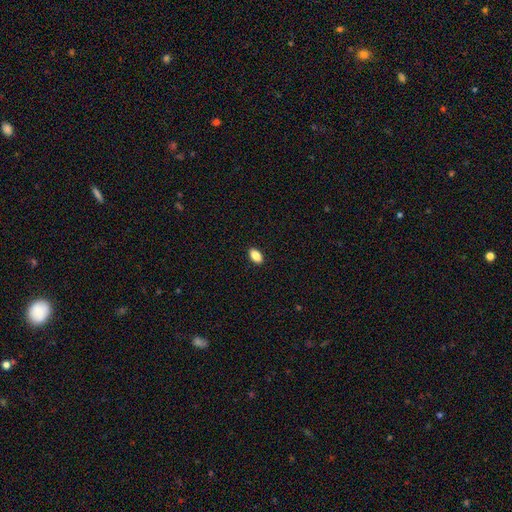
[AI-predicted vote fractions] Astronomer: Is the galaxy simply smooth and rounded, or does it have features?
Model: smooth — 87%.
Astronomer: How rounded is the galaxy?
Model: in between — 91%.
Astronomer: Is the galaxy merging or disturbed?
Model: none — 90%.